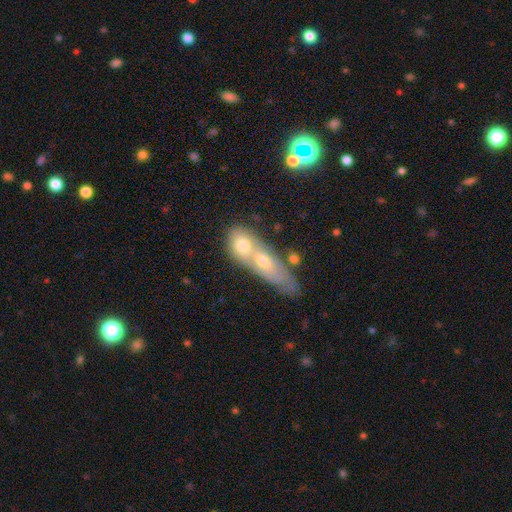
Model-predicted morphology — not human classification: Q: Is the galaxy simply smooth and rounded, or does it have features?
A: smooth — 46%.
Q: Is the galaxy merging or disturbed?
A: merger — 63%.